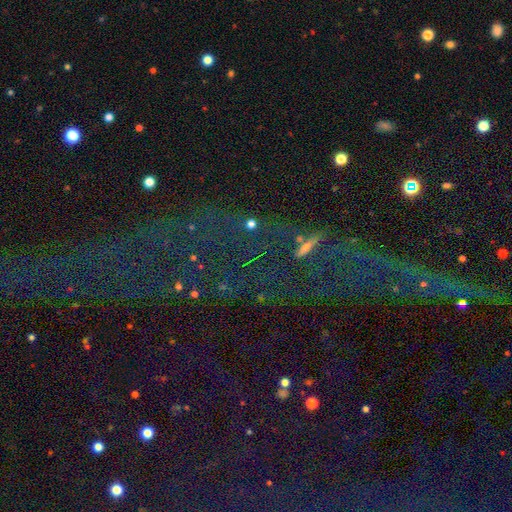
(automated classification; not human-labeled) The model was most divided on "smooth or featured": star or artifact: 70%, featured or disk: 16%, smooth: 15%.